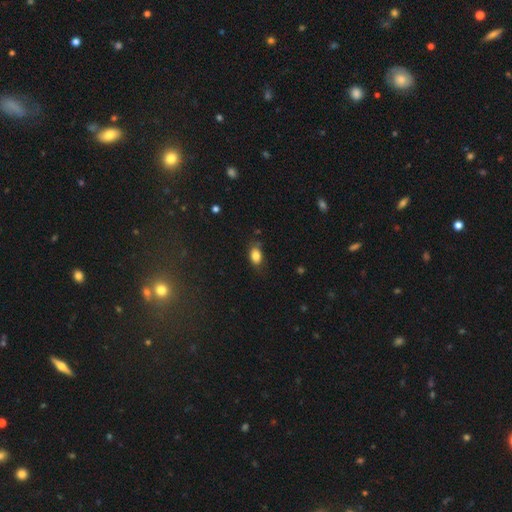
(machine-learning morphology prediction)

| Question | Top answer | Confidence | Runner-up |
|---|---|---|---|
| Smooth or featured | smooth | 82% | star or artifact (9%) |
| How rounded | in between | 84% | round (14%) |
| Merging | none | 69% | minor disturbance (23%) |